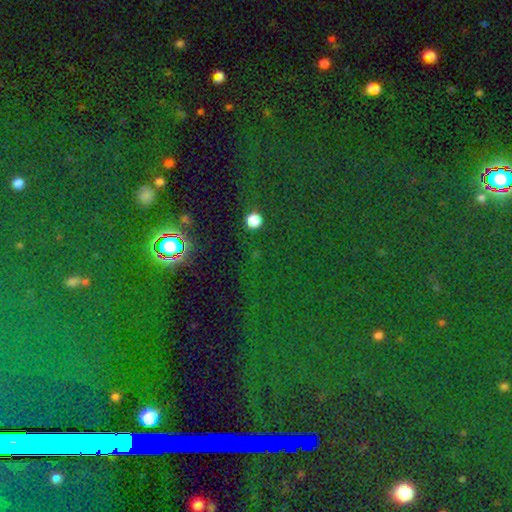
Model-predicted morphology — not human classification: A star or artifact, not a galaxy (82%).

Vote fractions:
- Smooth or featured? star or artifact: 82% / smooth: 10% / featured or disk: 7%